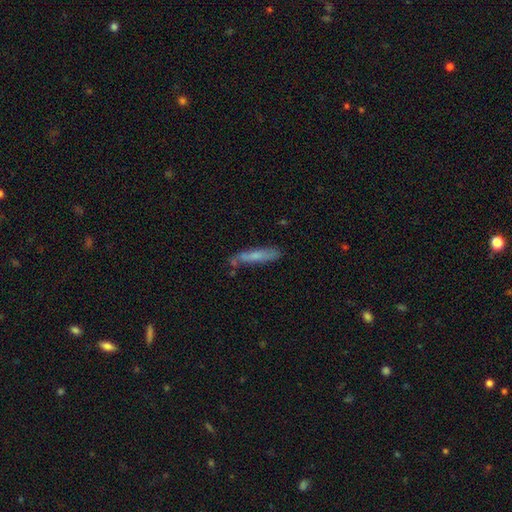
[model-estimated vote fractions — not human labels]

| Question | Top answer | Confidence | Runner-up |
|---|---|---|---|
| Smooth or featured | smooth | 64% | featured or disk (29%) |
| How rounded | cigar-shaped | 85% | in between (13%) |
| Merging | none | 67% | minor disturbance (21%) |